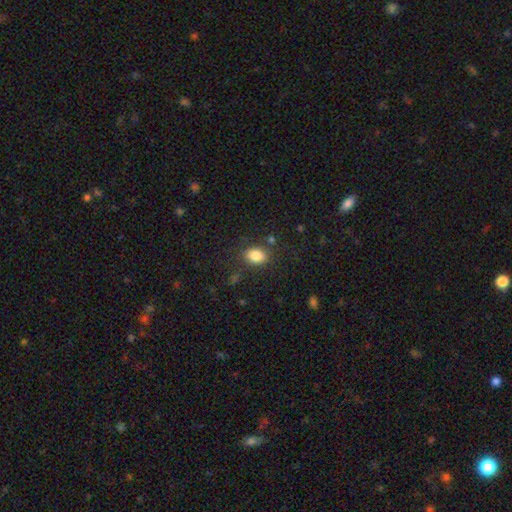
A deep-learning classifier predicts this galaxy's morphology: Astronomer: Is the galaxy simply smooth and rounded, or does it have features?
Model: smooth — 84%.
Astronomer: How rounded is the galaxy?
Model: in between — 71%.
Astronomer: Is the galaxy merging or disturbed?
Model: none — 81%.